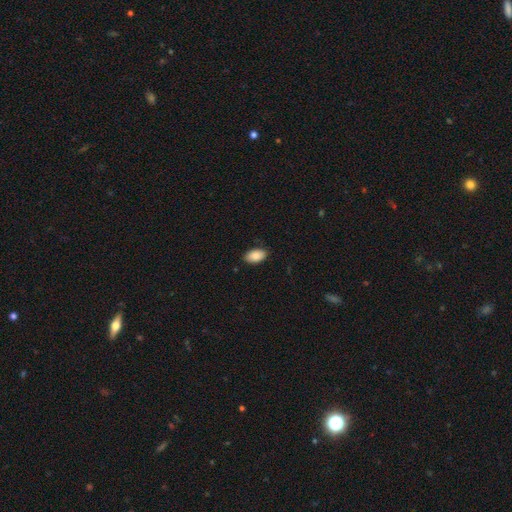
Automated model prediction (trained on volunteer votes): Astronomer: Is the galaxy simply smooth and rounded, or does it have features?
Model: smooth — 88%.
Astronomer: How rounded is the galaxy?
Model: in between — 94%.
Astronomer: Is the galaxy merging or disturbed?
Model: none — 87%.